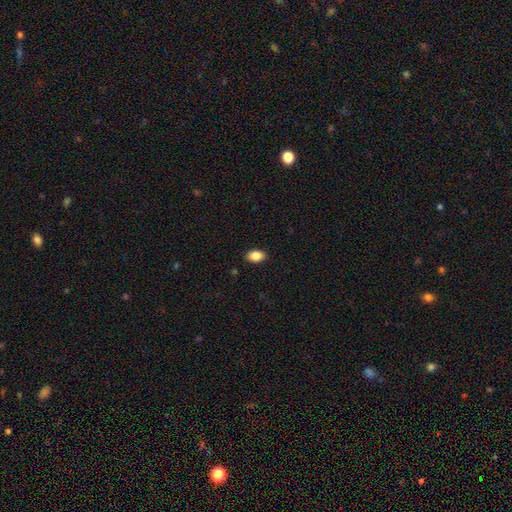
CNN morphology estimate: Overall: smooth (88%). How rounded: in between (87%). Merging: none (89%).